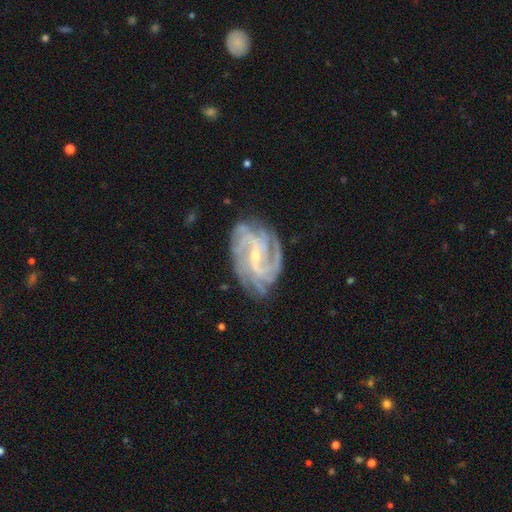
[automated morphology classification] The model was most divided on "spiral arm count": 4: 28%, 3: 23%, can't tell: 17%, 2: 16%, more than 4: 9%, 1: 7%. Remaining: spiral arms — yes (98%); edge-on disk — no (97%); smooth or featured — featured or disk (91%); merging — none (76%); bulge size — small (71%); spiral winding — tight (56%); bar — weak (46%).